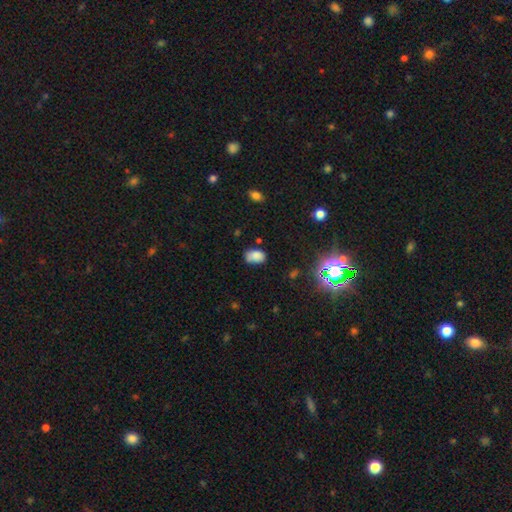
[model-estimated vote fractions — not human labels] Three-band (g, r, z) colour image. It shows a smooth galaxy with no disk features (81%) that is in between round and cigar-shaped (88%). Merging: none (67%).